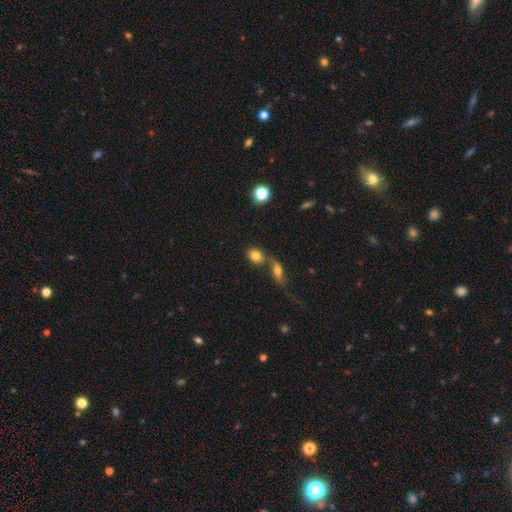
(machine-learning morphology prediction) A smooth galaxy with no disk features (80%) that is in between round and cigar-shaped (56%). Merging: merger (44%).